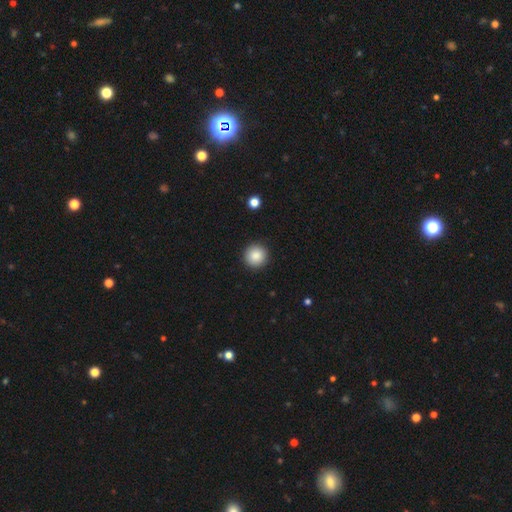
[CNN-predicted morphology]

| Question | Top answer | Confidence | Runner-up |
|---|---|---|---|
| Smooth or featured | smooth | 87% | star or artifact (9%) |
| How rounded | round | 95% | in between (4%) |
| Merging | none | 92% | minor disturbance (5%) |